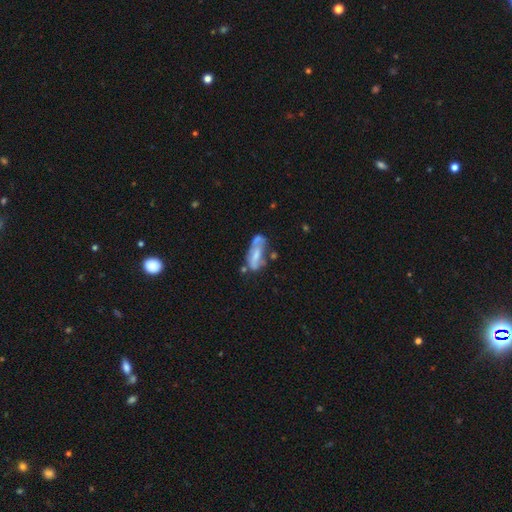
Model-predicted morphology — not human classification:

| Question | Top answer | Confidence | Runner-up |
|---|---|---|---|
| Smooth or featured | featured or disk | 51% | smooth (41%) |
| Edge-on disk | no | 89% | yes (11%) |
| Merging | none | 36% | minor disturbance (25%) |